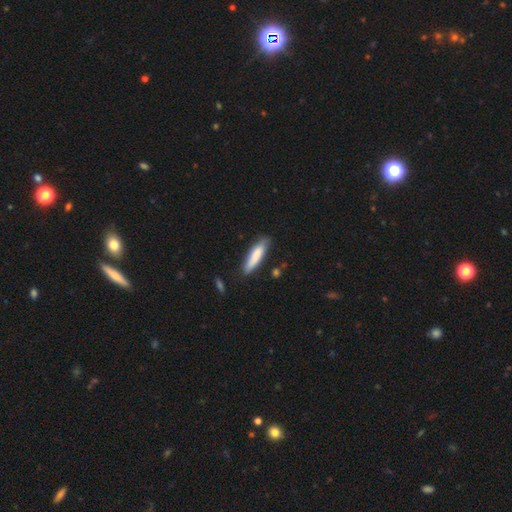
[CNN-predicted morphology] smooth_or_featured: smooth (p=0.79) [alt: featured or disk p=0.16]
how_rounded: cigar-shaped (p=0.72) [alt: in between p=0.27]
merging: none (p=0.78) [alt: minor disturbance p=0.17]